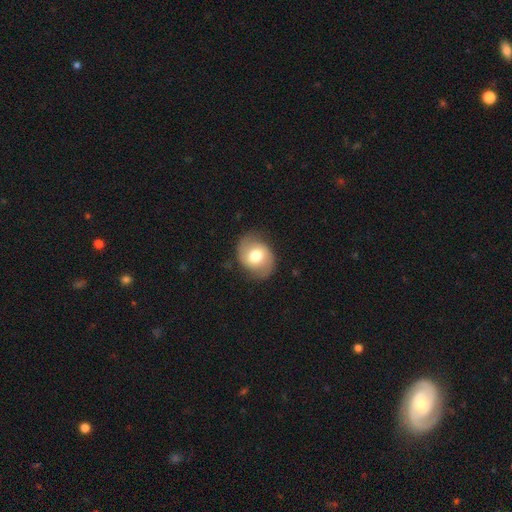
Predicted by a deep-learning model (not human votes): A featured or disk galaxy (53%) with no bar (57%), spiral arms (76%) and a moderate central bulge (64%).

Vote fractions:
- Smooth or featured? featured or disk: 53% / smooth: 40% / star or artifact: 7%
- Edge-on disk? no: 97% / yes: 3%
- Bar? no: 57% / weak: 33% / strong: 10%
- Spiral arms? yes: 76% / no: 24%
- Bulge size? moderate: 64% / large: 27% / small: 6% / dominant: 2% / none: 1%
- Merging? none: 77% / minor disturbance: 16% / major disturbance: 6% / merger: 1%